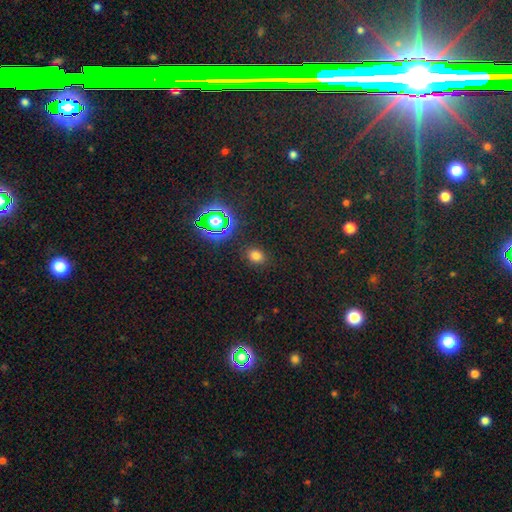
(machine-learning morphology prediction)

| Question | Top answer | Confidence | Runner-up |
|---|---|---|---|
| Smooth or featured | smooth | 71% | star or artifact (23%) |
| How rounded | in between | 57% | round (41%) |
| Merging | none | 86% | minor disturbance (9%) |